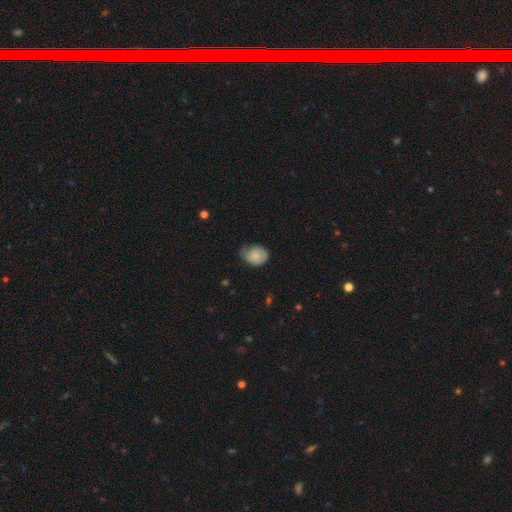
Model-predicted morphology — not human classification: This appears to be a smooth galaxy with no disk features (80%) that is in between round and cigar-shaped (60%). Merging: minor disturbance (44%).